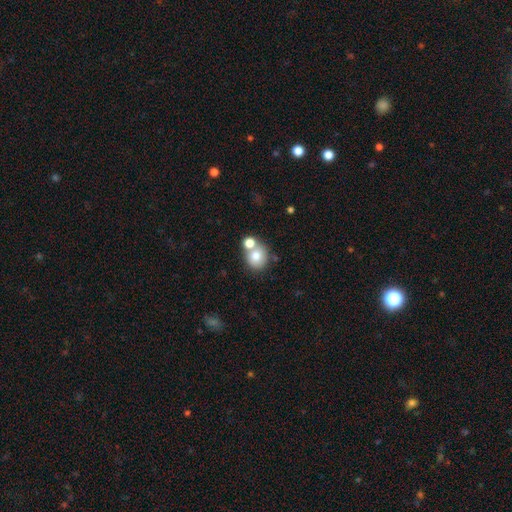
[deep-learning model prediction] Overall: smooth (75%). How rounded: round (75%). Merging: none (47%; merger 40%).